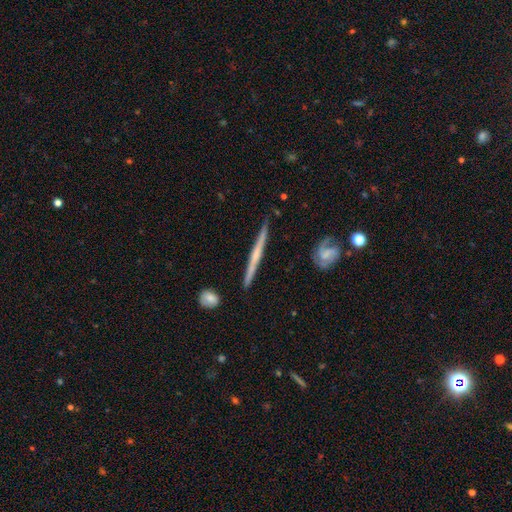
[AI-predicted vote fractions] Smooth or featured: featured or disk — 66% (smooth — 29%)
Edge-on disk: yes — 97% (no — 3%)
Edge-on bulge: none — 64% (rounded — 29%)
Merging: none — 89% (minor disturbance — 8%)